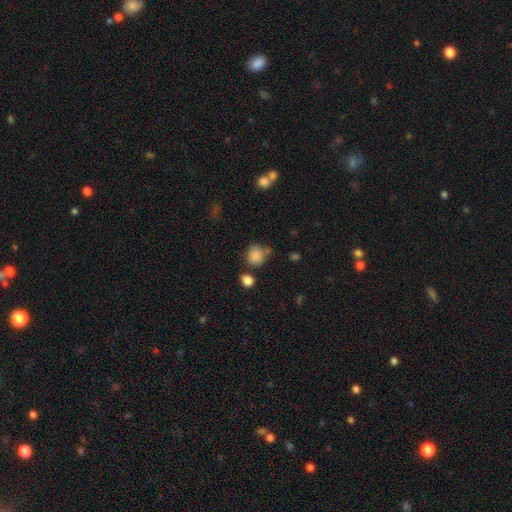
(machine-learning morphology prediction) This appears to be a smooth galaxy with no disk features (85%) that is round (81%). Merging: none (66%).